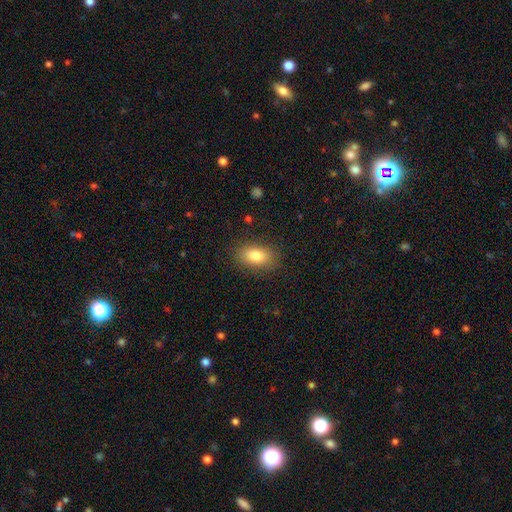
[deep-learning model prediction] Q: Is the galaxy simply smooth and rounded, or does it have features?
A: smooth — 82%.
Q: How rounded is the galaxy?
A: in between — 87%.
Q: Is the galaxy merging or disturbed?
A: none — 84%.